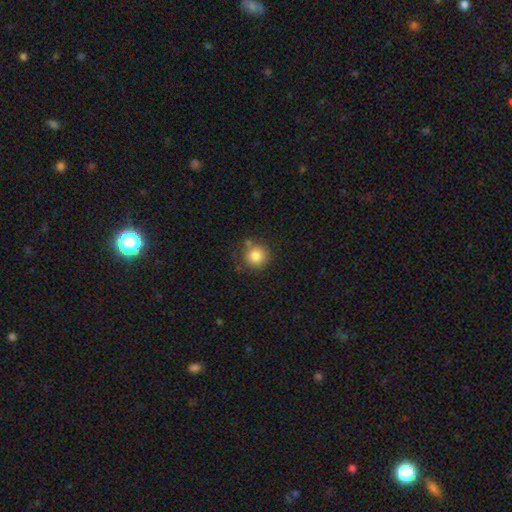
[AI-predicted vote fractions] Smooth or featured? Predicted: smooth (p=0.83). How rounded? Predicted: round (p=0.93). Merging? Predicted: none (p=0.77).